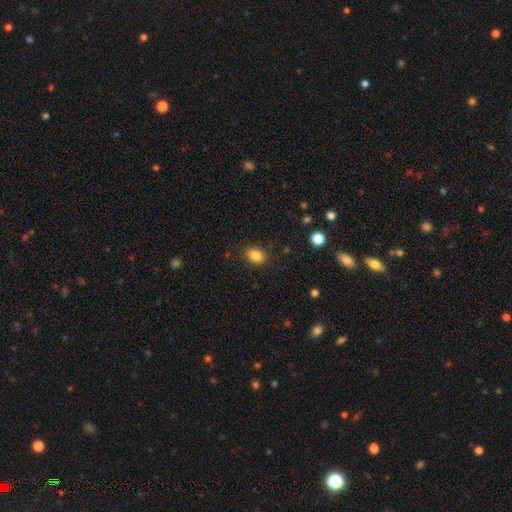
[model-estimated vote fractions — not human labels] Overall: smooth (85%). How rounded: in between (74%). Merging: none (85%).